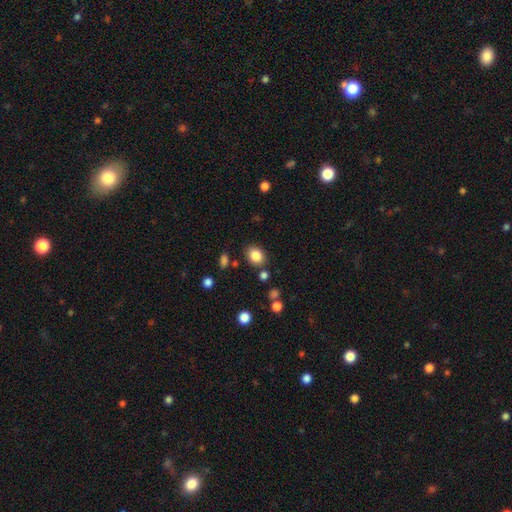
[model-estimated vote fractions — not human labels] smooth_or_featured: smooth (p=0.85) [alt: star or artifact p=0.10]
how_rounded: in between (p=0.53) [alt: round p=0.46]
merging: none (p=0.81) [alt: minor disturbance p=0.11]